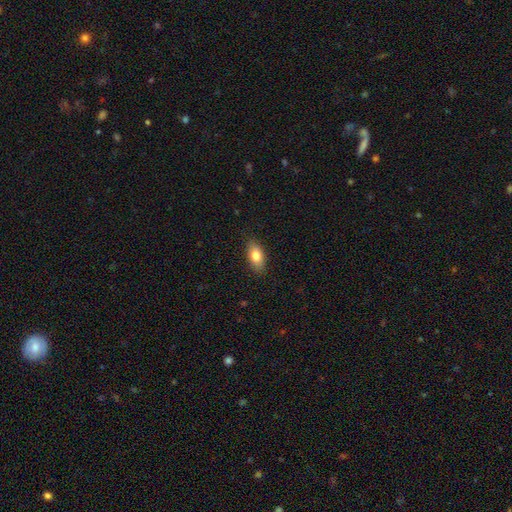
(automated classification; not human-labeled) This appears to be a smooth galaxy with no disk features (80%) that is in between round and cigar-shaped (88%). Merging: none (86%).